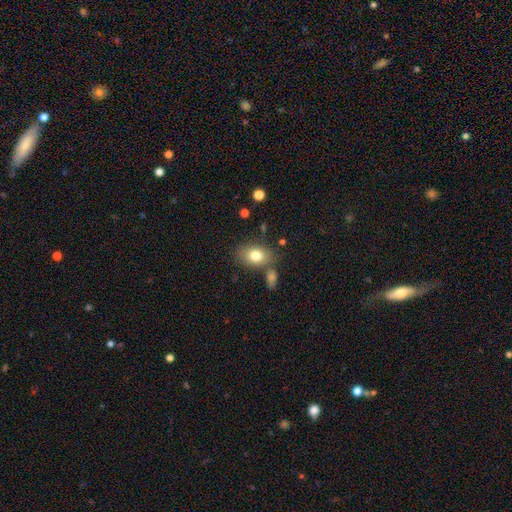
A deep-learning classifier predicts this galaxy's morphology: A smooth galaxy with no disk features (78%) that is in between round and cigar-shaped (80%). Merging: none (69%).